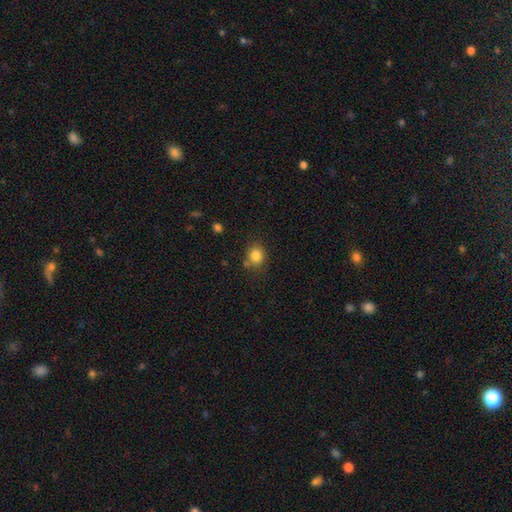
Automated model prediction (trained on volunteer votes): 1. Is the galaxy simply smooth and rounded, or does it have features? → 84% smooth, 11% star or artifact, 5% featured or disk.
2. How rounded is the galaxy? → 68% round, 31% in between, 1% cigar-shaped.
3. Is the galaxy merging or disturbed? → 74% none, 14% minor disturbance, 8% merger, 4% major disturbance.